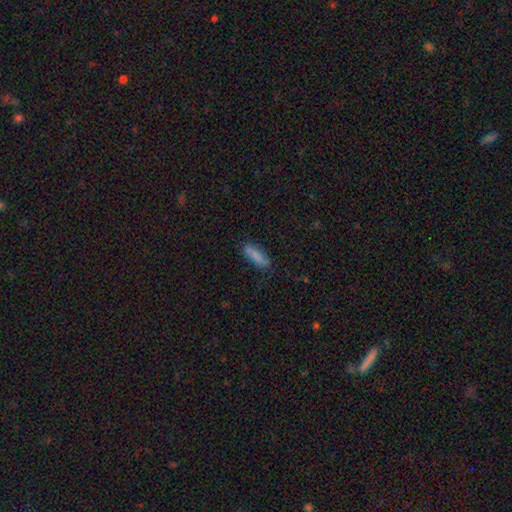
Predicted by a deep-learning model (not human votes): Smooth or featured? smooth (85%)
How rounded? cigar-shaped (50%)
Merging? none (81%)